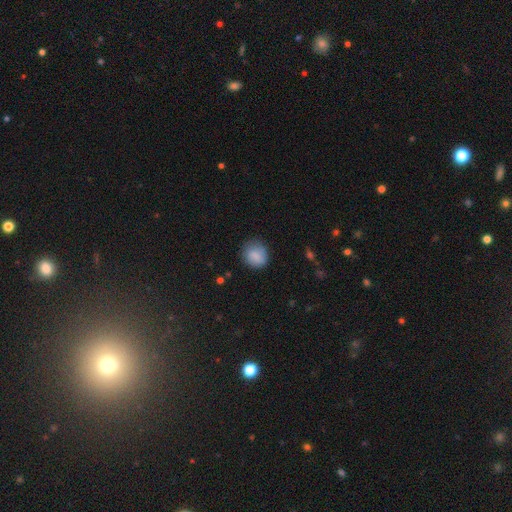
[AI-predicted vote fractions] This is clearly a smooth galaxy (86%). How rounded: likely round (76%). Merging: likely none (77%).